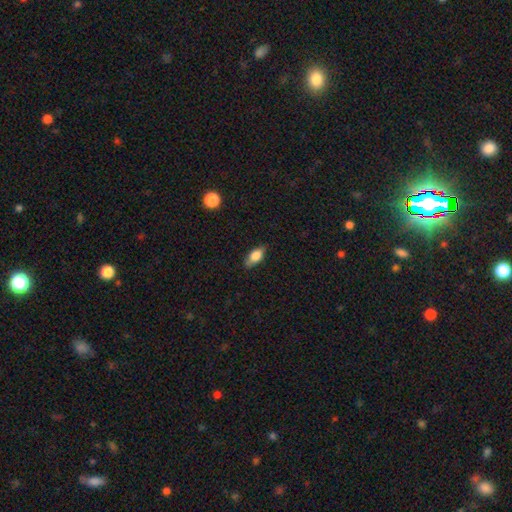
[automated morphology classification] smooth_or_featured: smooth (p=0.73) [alt: featured or disk p=0.19]
how_rounded: in between (p=0.81) [alt: cigar-shaped p=0.14]
merging: none (p=0.80) [alt: minor disturbance p=0.16]